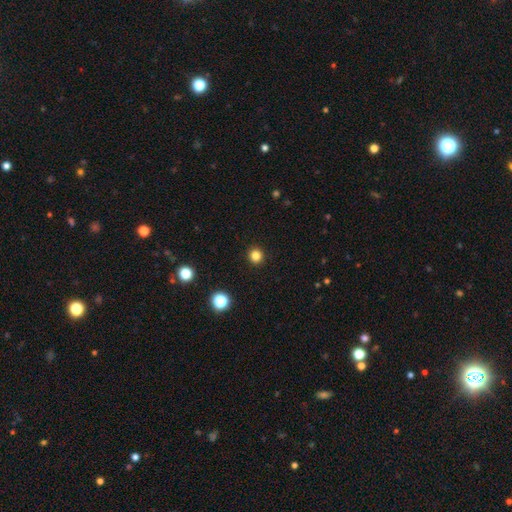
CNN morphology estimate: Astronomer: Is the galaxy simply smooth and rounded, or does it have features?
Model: smooth — 83%.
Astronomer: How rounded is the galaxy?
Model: round — 95%.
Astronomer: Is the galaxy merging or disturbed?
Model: none — 93%.